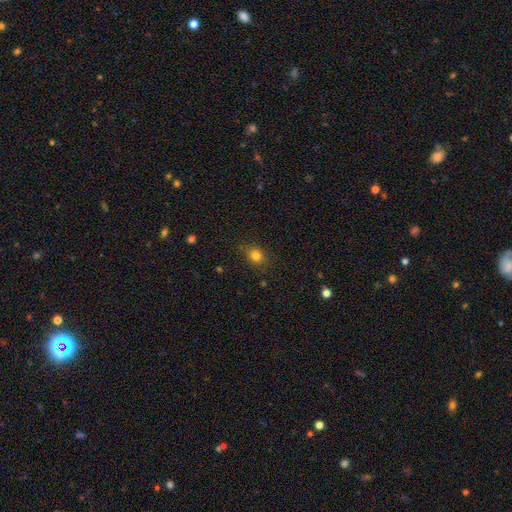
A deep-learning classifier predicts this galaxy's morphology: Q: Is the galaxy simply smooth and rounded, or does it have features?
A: smooth — 81%.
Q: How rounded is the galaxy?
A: round — 65%.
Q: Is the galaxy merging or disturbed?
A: none — 85%.